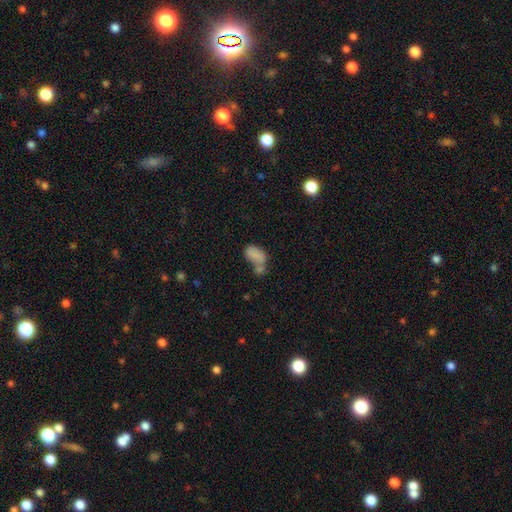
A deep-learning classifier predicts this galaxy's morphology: The model was most divided on "merging": merger: 45%, none: 28%, minor disturbance: 16%, major disturbance: 11%. More confident: how rounded — in between (91%); smooth or featured — smooth (79%).